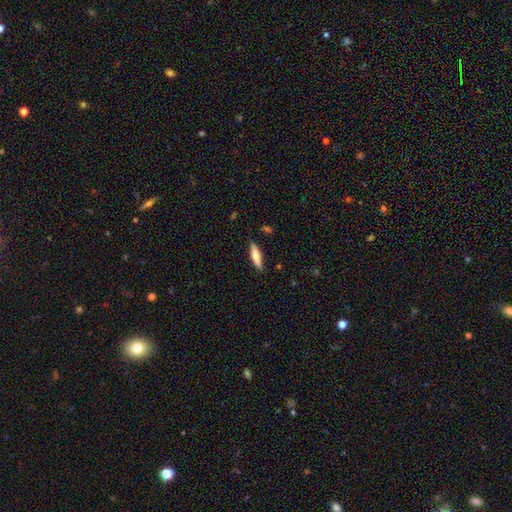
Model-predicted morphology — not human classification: The model was most divided on "smooth or featured": smooth: 59%, featured or disk: 36%, star or artifact: 6%. More confident: merging — none (89%); how rounded — cigar-shaped (70%).